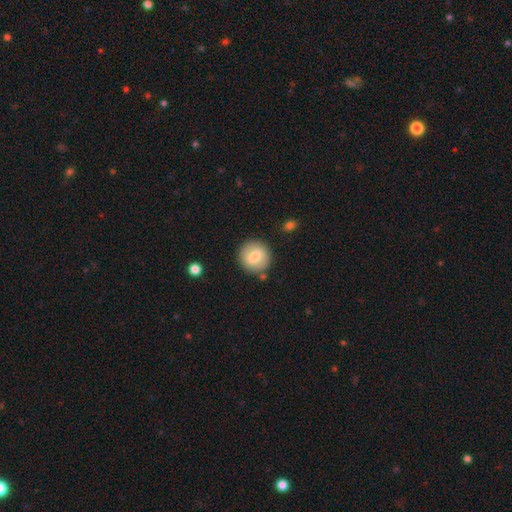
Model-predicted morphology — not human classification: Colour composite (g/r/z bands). It shows a smooth galaxy with no disk features (74%) that is round (91%). Merging: none (85%).